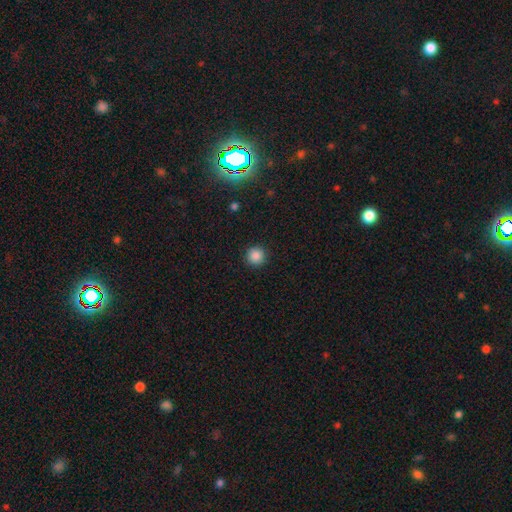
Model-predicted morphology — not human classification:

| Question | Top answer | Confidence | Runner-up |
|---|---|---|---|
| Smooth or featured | smooth | 87% | star or artifact (10%) |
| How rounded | round | 95% | in between (4%) |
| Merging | none | 92% | minor disturbance (5%) |